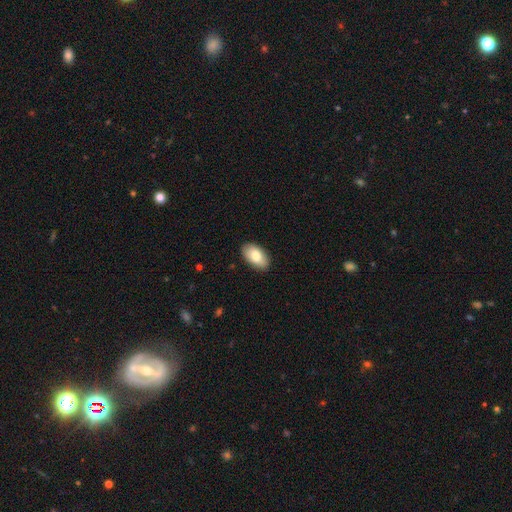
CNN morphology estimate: Smooth or featured? smooth (79%)
How rounded? in between (94%)
Merging? none (88%)